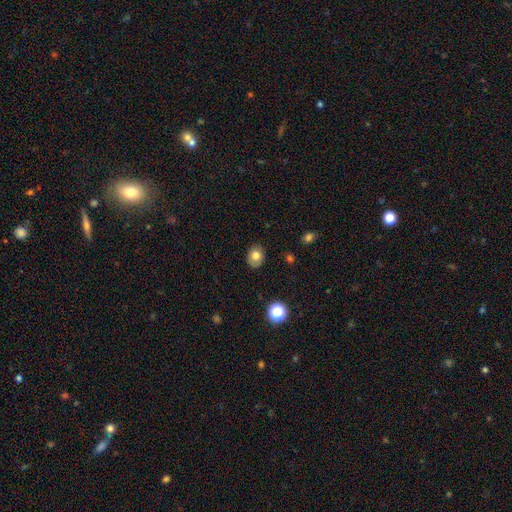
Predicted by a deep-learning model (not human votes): smooth_or_featured: smooth (p=0.76) [alt: featured or disk p=0.14]
how_rounded: in between (p=0.52) [alt: round p=0.47]
merging: none (p=0.82) [alt: minor disturbance p=0.14]